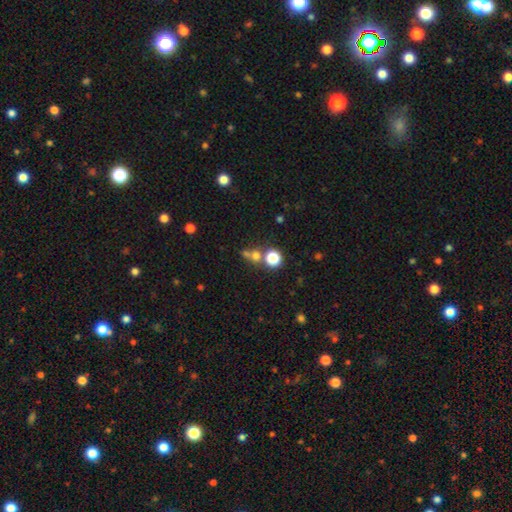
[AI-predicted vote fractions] Q: Smooth or featured?
A: smooth (61%); runner-up: star or artifact (27%)
Q: How rounded?
A: round (85%); runner-up: in between (13%)
Q: Merging?
A: none (52%); runner-up: merger (35%)